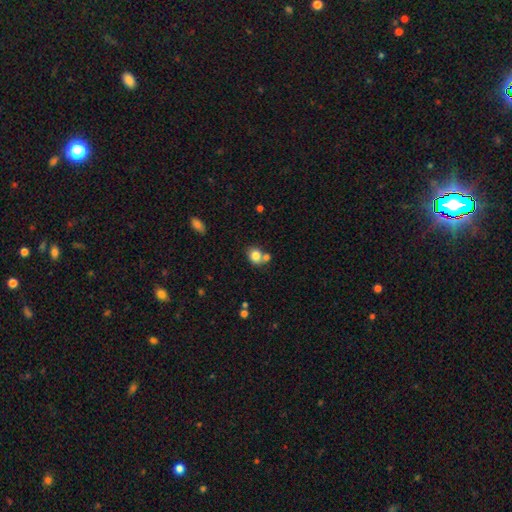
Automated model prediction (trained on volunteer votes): A smooth galaxy with no disk features (81%) that is round (64%). Merging: none (52%).